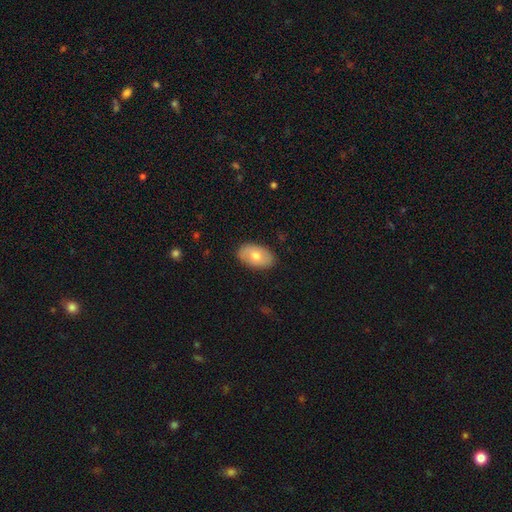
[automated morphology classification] Overall: smooth (68%). How rounded: in between (92%). Merging: none (86%).